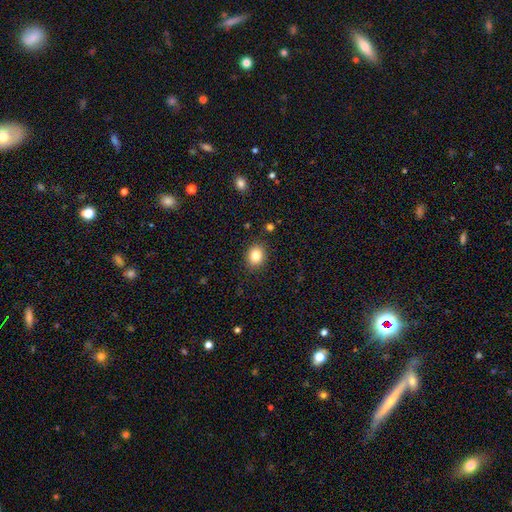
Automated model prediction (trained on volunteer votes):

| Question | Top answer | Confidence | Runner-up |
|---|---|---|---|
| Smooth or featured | smooth | 83% | star or artifact (10%) |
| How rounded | round | 58% | in between (41%) |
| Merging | none | 89% | minor disturbance (8%) |